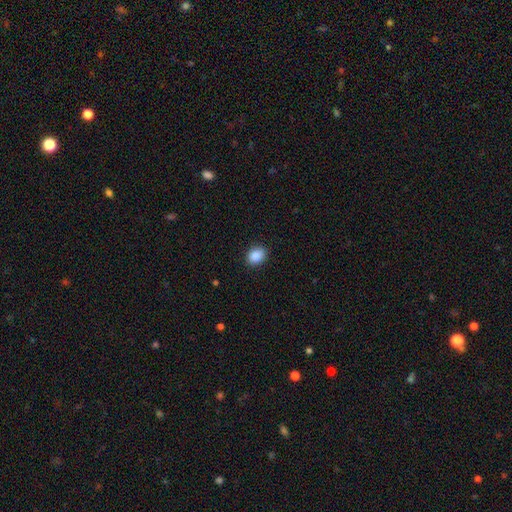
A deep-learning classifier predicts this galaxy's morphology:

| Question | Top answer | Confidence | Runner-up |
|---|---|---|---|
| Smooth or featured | smooth | 89% | star or artifact (8%) |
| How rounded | in between | 59% | round (40%) |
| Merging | none | 88% | minor disturbance (9%) |